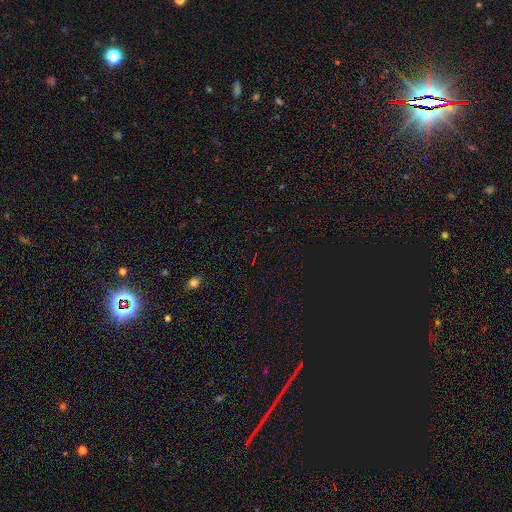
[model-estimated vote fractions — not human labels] A star or artifact, not a galaxy (72%).

Vote fractions:
- Smooth or featured? star or artifact: 72% / smooth: 19% / featured or disk: 8%